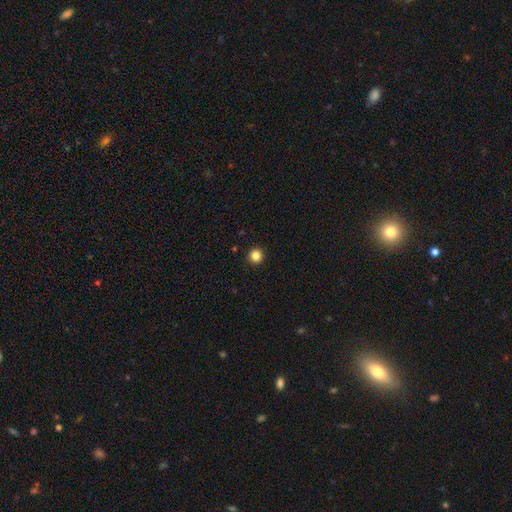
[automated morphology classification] Smooth or featured?
  - smooth: 85% *
  - star or artifact: 12%
  - featured or disk: 3%
How rounded?
  - round: 95% *
  - in between: 4%
  - cigar-shaped: 1%
Merging?
  - none: 93% *
  - minor disturbance: 5%
  - major disturbance: 2%
  - merger: 1%